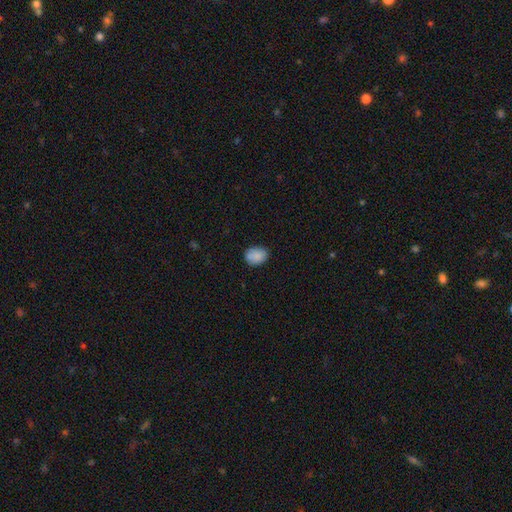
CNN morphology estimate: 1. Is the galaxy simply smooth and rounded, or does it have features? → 86% smooth, 8% star or artifact, 6% featured or disk.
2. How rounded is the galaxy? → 62% in between, 37% round, 1% cigar-shaped.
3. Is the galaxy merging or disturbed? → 77% none, 17% minor disturbance, 3% major disturbance, 2% merger.